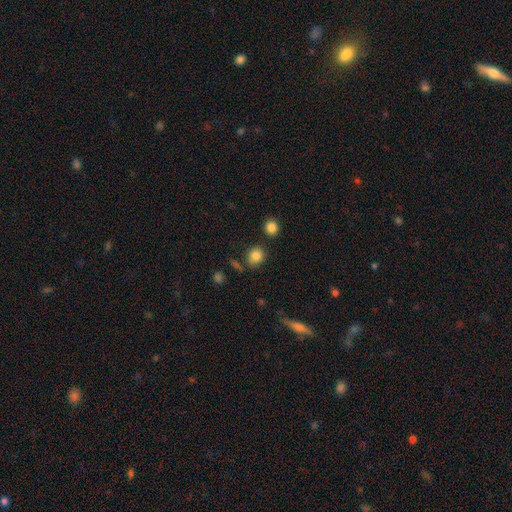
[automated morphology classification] smooth-or-featured: smooth: 83% | star or artifact: 11% | featured or disk: 6%
  how-rounded: round: 74% | in between: 25% | cigar-shaped: 1%
  merging: none: 77% | minor disturbance: 13% | merger: 7% | major disturbance: 4%